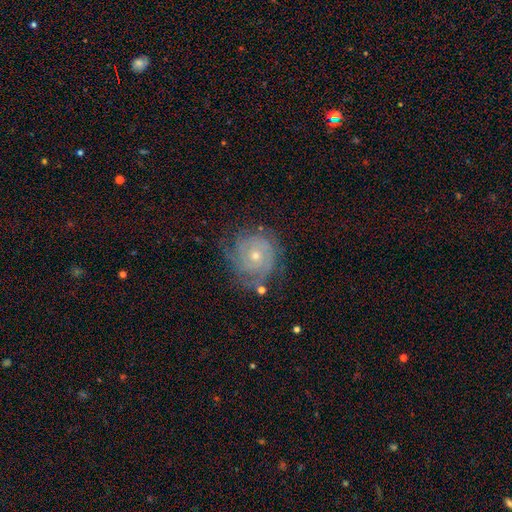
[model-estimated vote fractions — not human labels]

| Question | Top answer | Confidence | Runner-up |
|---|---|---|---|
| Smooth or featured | featured or disk | 78% | smooth (13%) |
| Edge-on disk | no | 97% | yes (3%) |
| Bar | no | 81% | weak (16%) |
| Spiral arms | yes | 93% | no (7%) |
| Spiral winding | tight | 76% | medium (19%) |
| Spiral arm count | can't tell | 36% | 2 (22%) |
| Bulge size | small | 52% | moderate (45%) |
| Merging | none | 72% | minor disturbance (19%) |